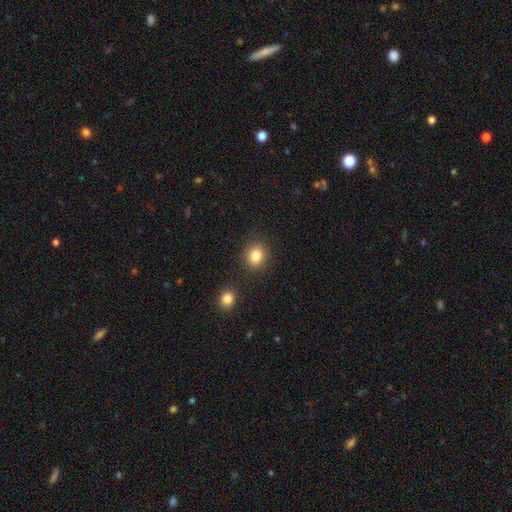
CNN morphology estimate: This appears to be a smooth galaxy with no disk features (83%) that is round (80%). Merging: none (85%).